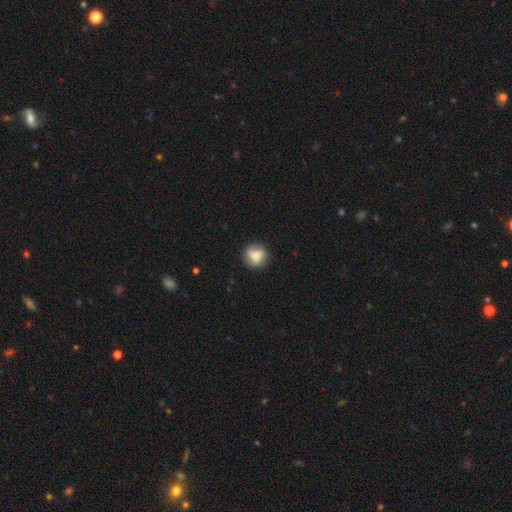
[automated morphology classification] Q: Smooth or featured?
A: smooth (64%); runner-up: featured or disk (28%)
Q: How rounded?
A: round (87%); runner-up: in between (12%)
Q: Merging?
A: none (80%); runner-up: minor disturbance (14%)